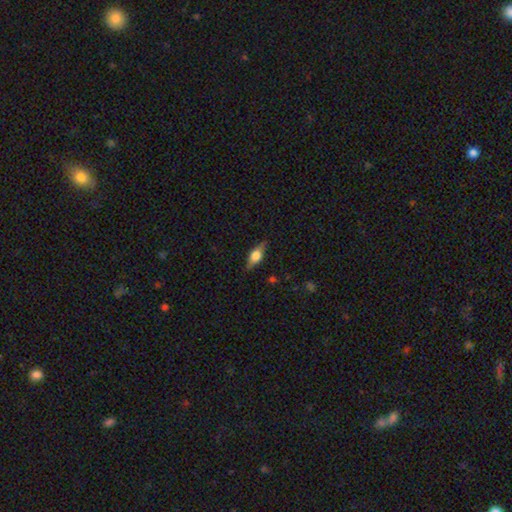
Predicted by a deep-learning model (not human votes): Smooth or featured: featured or disk — 49% (smooth — 44%)
Merging: none — 82% (minor disturbance — 14%)